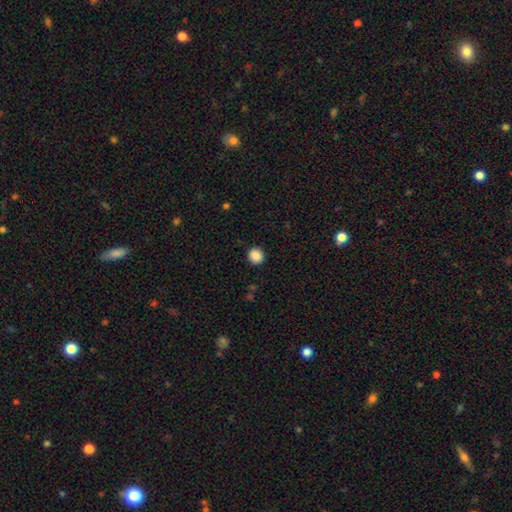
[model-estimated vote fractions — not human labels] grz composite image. It shows a smooth galaxy with no disk features (88%) that is round (90%). Merging: none (91%).